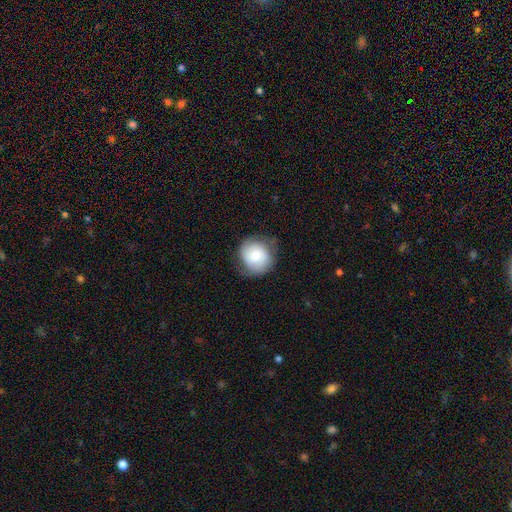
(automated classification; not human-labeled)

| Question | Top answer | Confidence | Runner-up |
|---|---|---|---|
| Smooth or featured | smooth | 57% | featured or disk (36%) |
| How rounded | round | 84% | in between (15%) |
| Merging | none | 66% | minor disturbance (25%) |